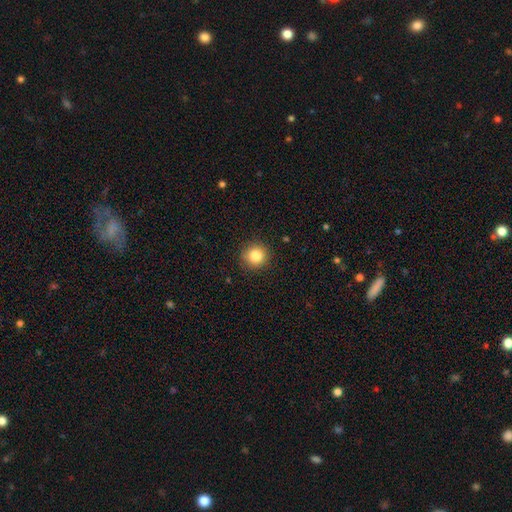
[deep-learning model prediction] Q: Smooth or featured?
A: smooth (84%); runner-up: star or artifact (10%)
Q: How rounded?
A: round (94%); runner-up: in between (5%)
Q: Merging?
A: none (90%); runner-up: minor disturbance (7%)